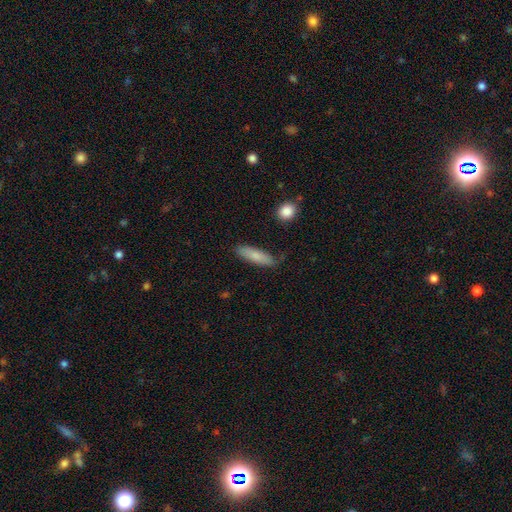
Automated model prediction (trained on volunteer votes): This appears to be a smooth galaxy with no disk features (80%) that is cigar-shaped (60%). Merging: none (83%).